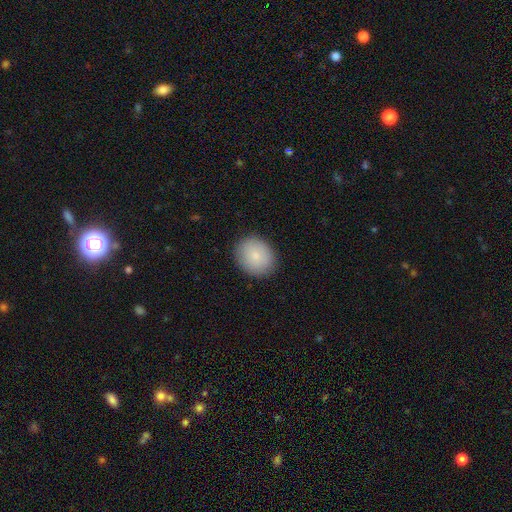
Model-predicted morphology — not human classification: smooth 84%, featured or disk 9%, star or artifact 7%. Down the decision tree: how rounded — round (57%); merging — none (88%).